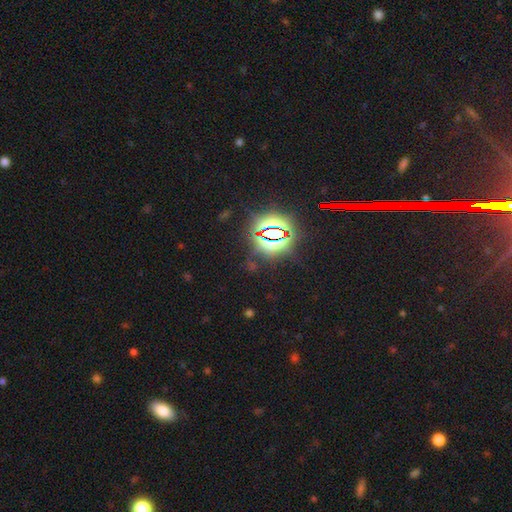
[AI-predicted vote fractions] Smooth or featured: star or artifact — 83% (smooth — 9%)